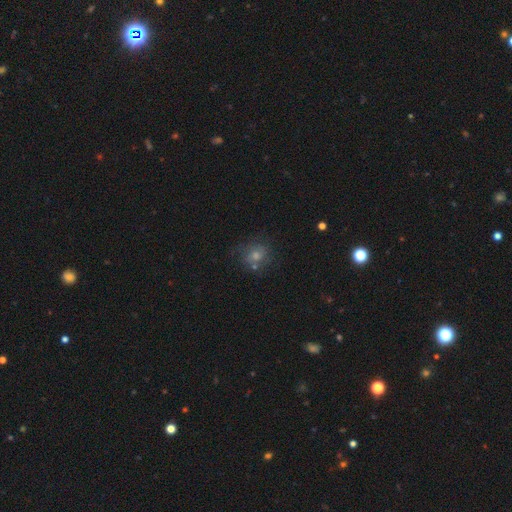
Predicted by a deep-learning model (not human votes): A smooth galaxy with no disk features (62%) that is round (67%).

Vote fractions:
- Smooth or featured? smooth: 62% / featured or disk: 24% / star or artifact: 13%
- How rounded? round: 67% / in between: 32% / cigar-shaped: 1%
- Merging? none: 59% / minor disturbance: 21% / major disturbance: 11% / merger: 9%